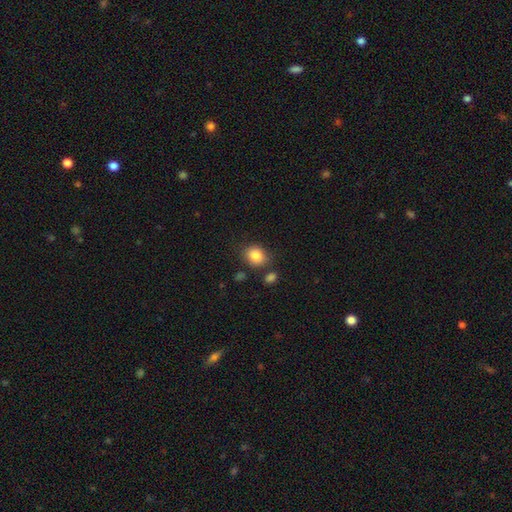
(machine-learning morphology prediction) smooth 84%, star or artifact 9%, featured or disk 7%. Down the decision tree: how rounded — round (55%); merging — none (76%).